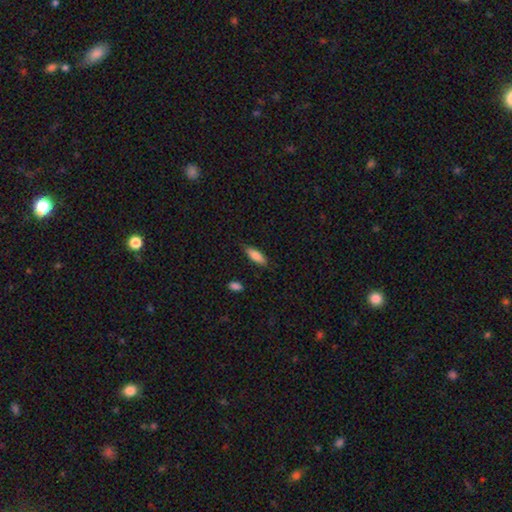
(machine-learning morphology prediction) A smooth galaxy with no disk features (81%) that is in between round and cigar-shaped (59%). Merging: none (81%).